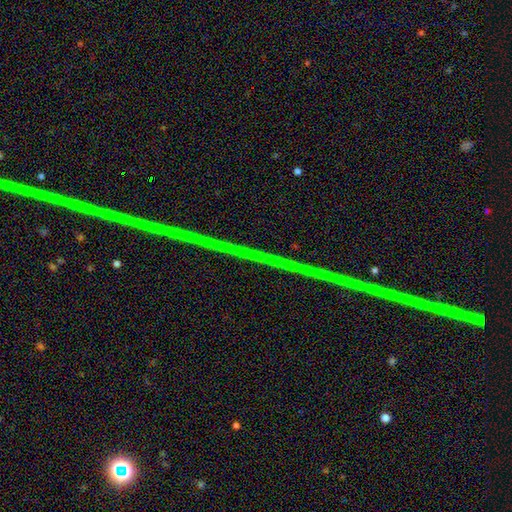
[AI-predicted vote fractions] star or artifact 79%, featured or disk 13%, smooth 7%.